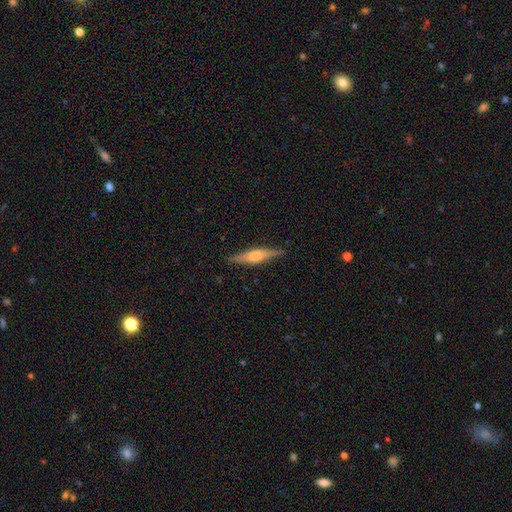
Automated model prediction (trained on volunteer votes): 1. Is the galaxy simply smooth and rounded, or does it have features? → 64% featured or disk, 30% smooth, 6% star or artifact.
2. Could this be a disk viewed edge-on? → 96% yes, 4% no.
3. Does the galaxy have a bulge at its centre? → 69% rounded, 25% boxy, 6% none.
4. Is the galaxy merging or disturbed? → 87% none, 10% minor disturbance, 2% major disturbance, 1% merger.